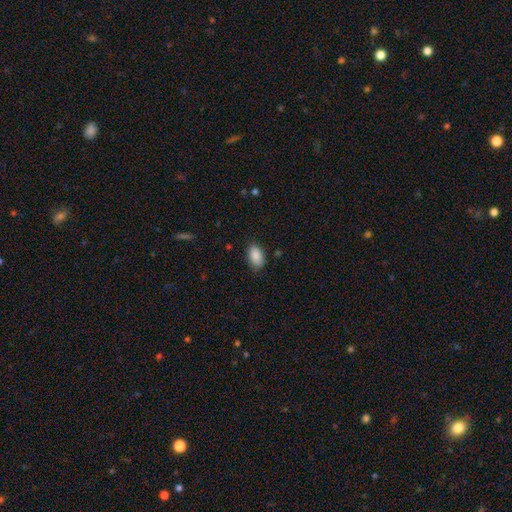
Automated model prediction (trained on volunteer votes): This is clearly a smooth galaxy (89%). How rounded: clearly in between (93%). Merging: likely none (80%).